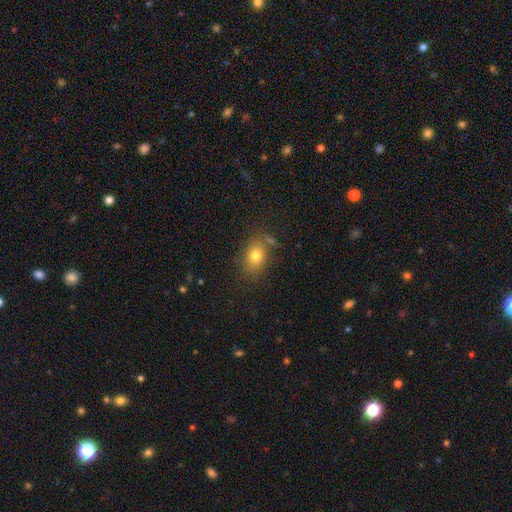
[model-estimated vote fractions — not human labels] Q: Smooth or featured?
A: smooth (78%); runner-up: star or artifact (12%)
Q: How rounded?
A: in between (63%); runner-up: round (35%)
Q: Merging?
A: none (74%); runner-up: minor disturbance (16%)